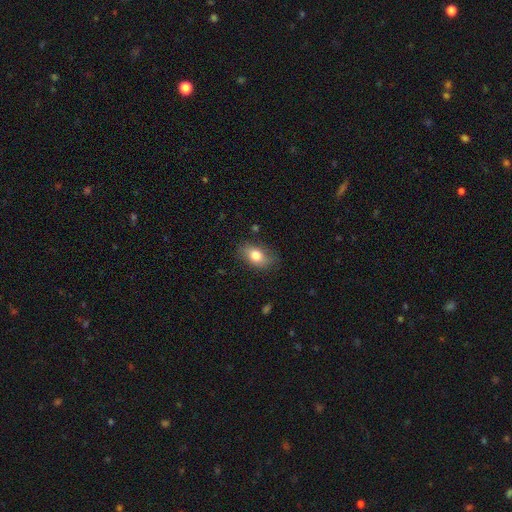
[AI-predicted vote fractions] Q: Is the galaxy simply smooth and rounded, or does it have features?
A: smooth — 79%.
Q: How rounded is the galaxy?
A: in between — 85%.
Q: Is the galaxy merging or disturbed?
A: none — 76%.